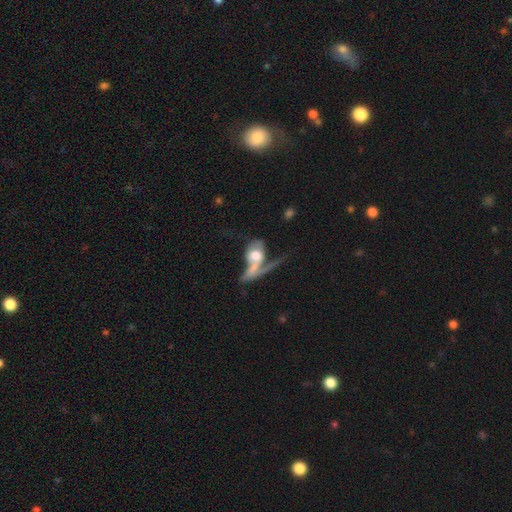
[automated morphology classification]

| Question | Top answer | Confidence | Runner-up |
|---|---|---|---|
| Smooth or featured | featured or disk | 47% | smooth (46%) |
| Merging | merger | 56% | major disturbance (21%) |